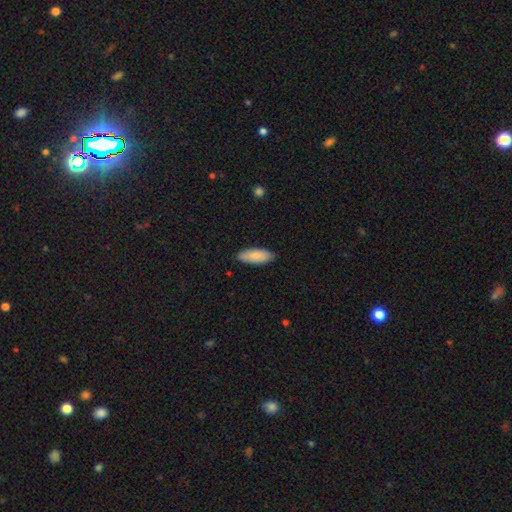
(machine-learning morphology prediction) Smooth or featured? smooth (85%)
How rounded? in between (75%)
Merging? none (85%)